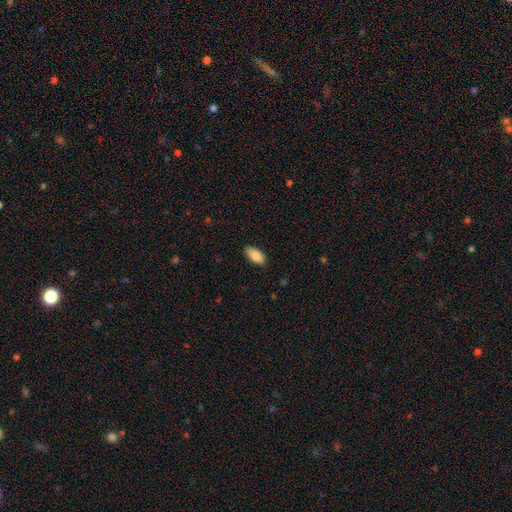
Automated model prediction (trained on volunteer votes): Q: Smooth or featured?
A: smooth (87%); runner-up: star or artifact (6%)
Q: How rounded?
A: in between (92%); runner-up: cigar-shaped (5%)
Q: Merging?
A: none (86%); runner-up: minor disturbance (11%)